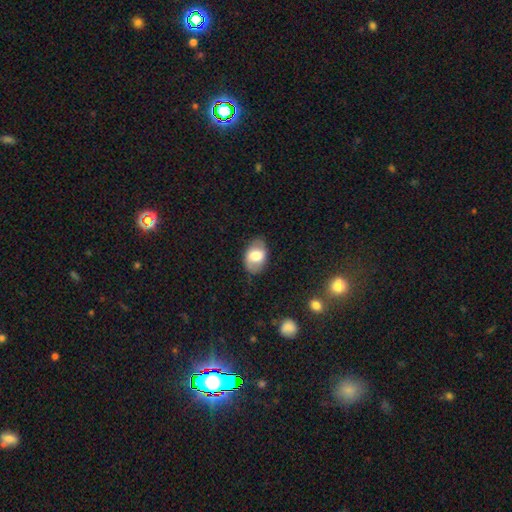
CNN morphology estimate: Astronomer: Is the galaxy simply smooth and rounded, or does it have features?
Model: smooth — 66%.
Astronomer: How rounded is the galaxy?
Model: in between — 86%.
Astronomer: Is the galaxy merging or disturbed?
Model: none — 79%.